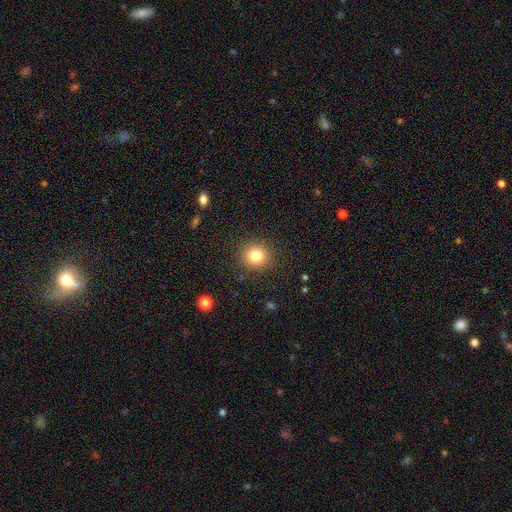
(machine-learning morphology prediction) Smooth or featured: smooth — 81% (star or artifact — 12%)
How rounded: round — 88% (in between — 11%)
Merging: none — 89% (minor disturbance — 7%)